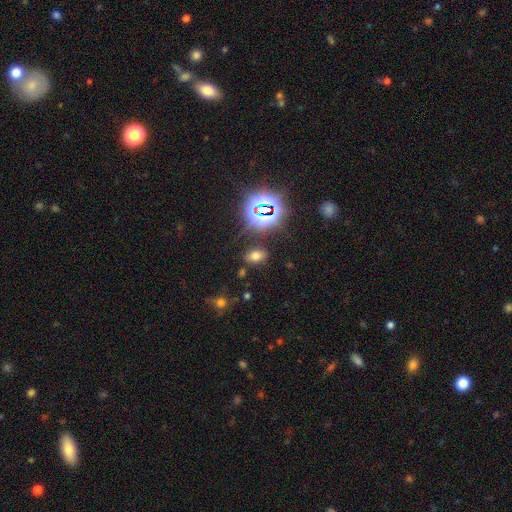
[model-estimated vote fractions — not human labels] Overall: smooth (62%; star or artifact 30%). How rounded: in between (83%). Merging: none (83%).